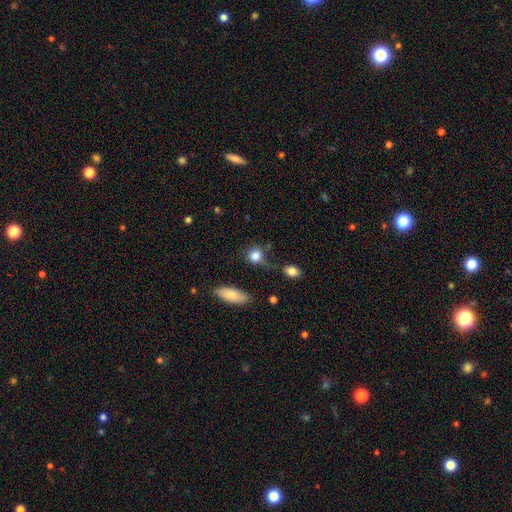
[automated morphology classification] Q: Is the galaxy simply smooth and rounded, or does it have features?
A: smooth — 83%.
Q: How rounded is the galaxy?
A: round — 78%.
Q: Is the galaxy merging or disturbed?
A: none — 54%.